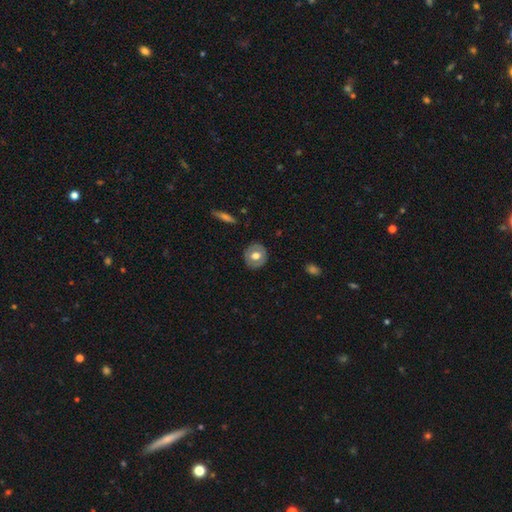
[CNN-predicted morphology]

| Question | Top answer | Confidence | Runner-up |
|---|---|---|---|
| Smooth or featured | smooth | 57% | featured or disk (36%) |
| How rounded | round | 82% | in between (17%) |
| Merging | none | 87% | minor disturbance (10%) |